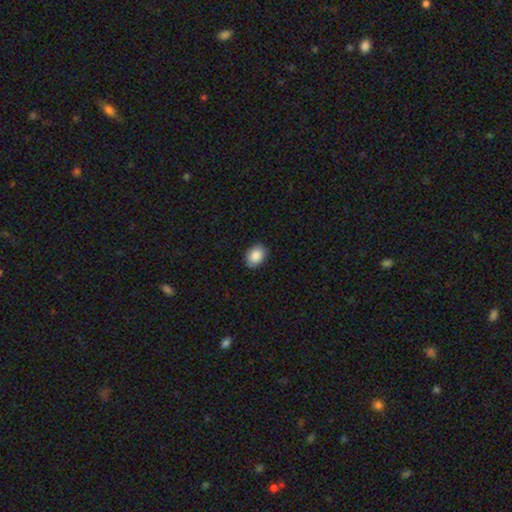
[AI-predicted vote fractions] Overall: smooth (88%). How rounded: in between (70%). Merging: none (86%).